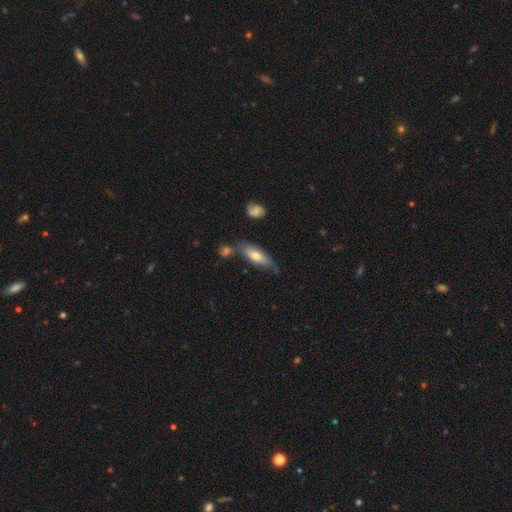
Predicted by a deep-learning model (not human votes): A smooth galaxy with no disk features (63%) that is in between round and cigar-shaped (55%). Merging: none (60%).